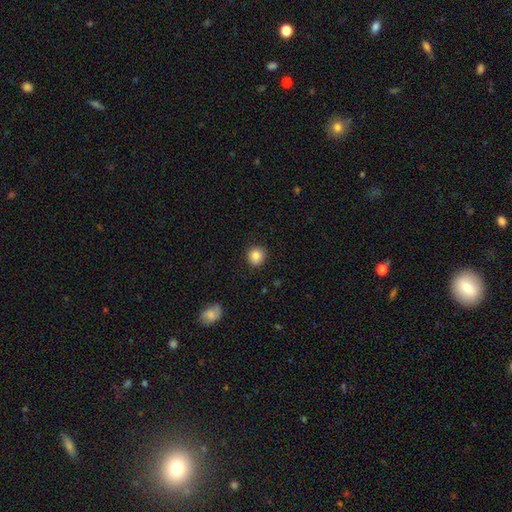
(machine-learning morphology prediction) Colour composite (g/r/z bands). It shows a smooth galaxy with no disk features (86%) that is round (85%). Merging: none (87%).